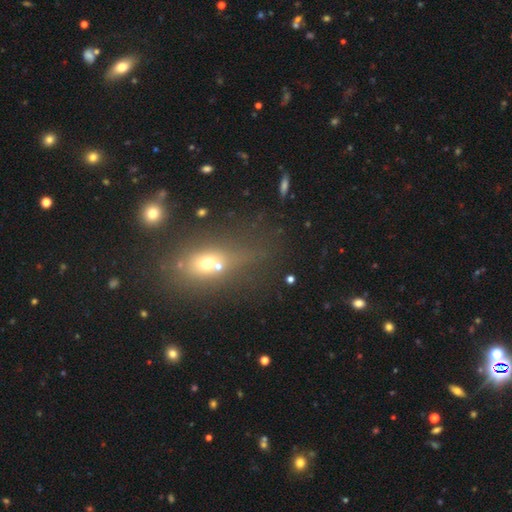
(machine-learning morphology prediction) smooth_or_featured: smooth (p=0.48) [alt: star or artifact p=0.29]
merging: none (p=0.66) [alt: minor disturbance p=0.17]